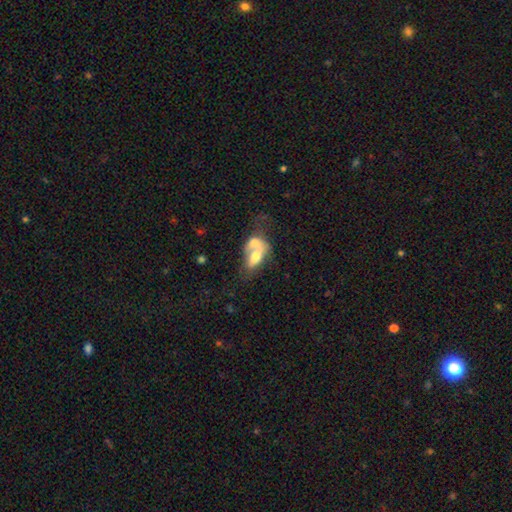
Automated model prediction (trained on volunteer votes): smooth-or-featured: smooth: 58% | featured or disk: 34% | star or artifact: 8%
  how-rounded: in between: 84% | round: 11% | cigar-shaped: 5%
  merging: merger: 66% | none: 13% | major disturbance: 12% | minor disturbance: 8%